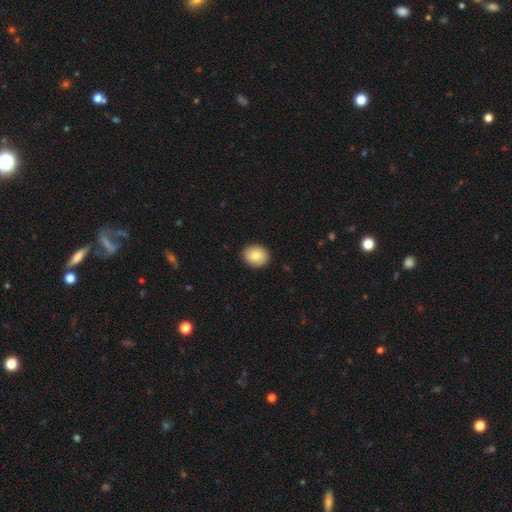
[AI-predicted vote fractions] Morphology: type=smooth (82%); roundness=round (71%); merging=none (91%).